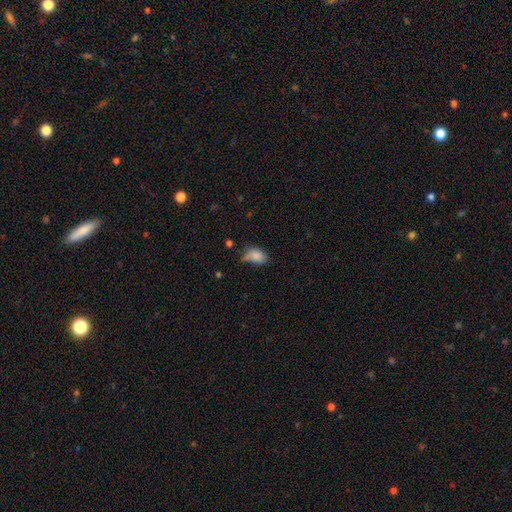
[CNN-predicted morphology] Smooth or featured? Predicted: smooth (p=0.81). How rounded? Predicted: in between (p=0.84). Merging? Predicted: none (p=0.40).